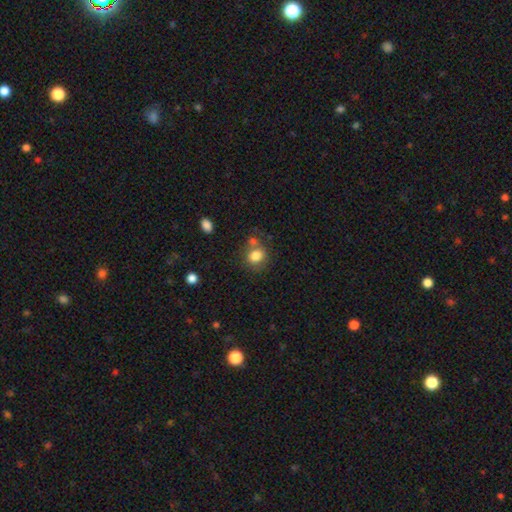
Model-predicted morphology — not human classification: smooth_or_featured: smooth (p=0.82) [alt: star or artifact p=0.10]
how_rounded: round (p=0.65) [alt: in between p=0.34]
merging: none (p=0.60) [alt: merger p=0.21]